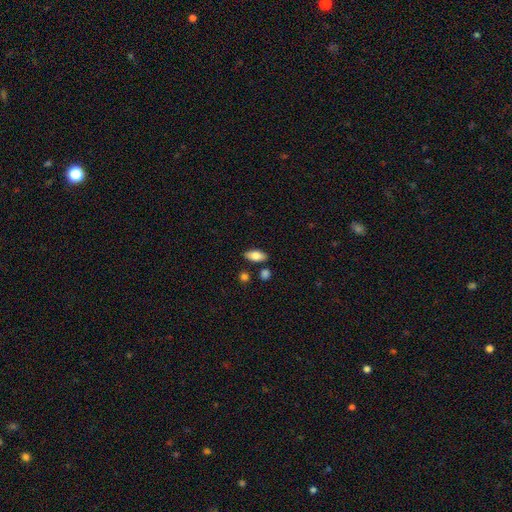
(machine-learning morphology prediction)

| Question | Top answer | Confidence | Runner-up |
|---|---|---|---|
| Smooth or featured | smooth | 78% | featured or disk (16%) |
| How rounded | in between | 88% | cigar-shaped (9%) |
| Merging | none | 83% | minor disturbance (10%) |